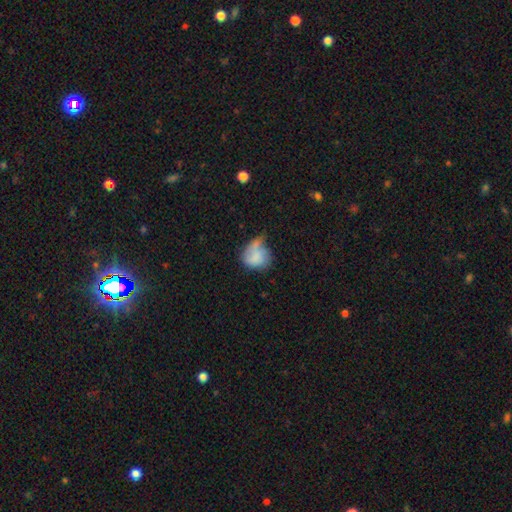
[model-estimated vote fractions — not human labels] Morphology: type=smooth (72%); roundness=round (61%); merging=minor disturbance (34%).